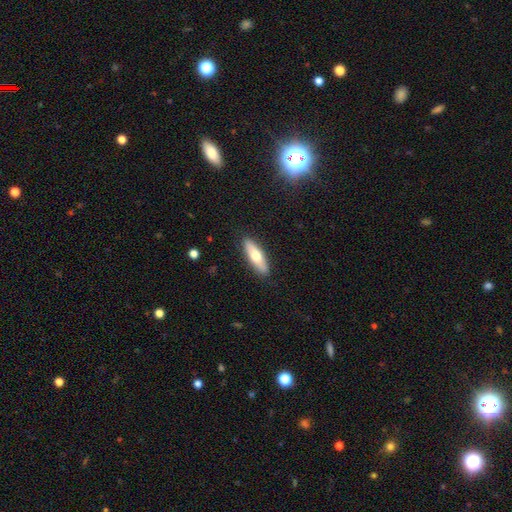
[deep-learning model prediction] The model was most divided on "how rounded": cigar-shaped: 51%, in between: 46%, round: 2%. More confident: merging — none (88%); smooth or featured — smooth (62%).